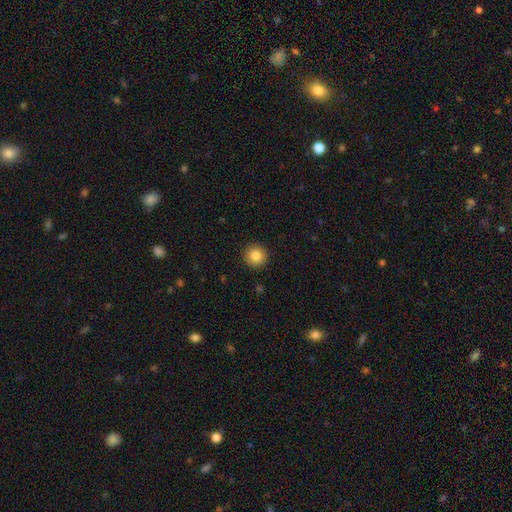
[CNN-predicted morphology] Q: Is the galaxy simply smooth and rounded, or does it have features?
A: smooth — 84%.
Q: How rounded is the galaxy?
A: round — 95%.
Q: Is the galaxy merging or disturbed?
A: none — 93%.